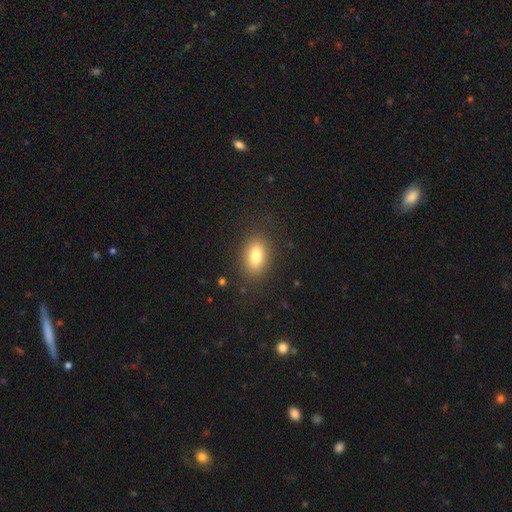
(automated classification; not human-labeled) Morphology: type=smooth (80%); roundness=in between (86%); merging=none (85%).